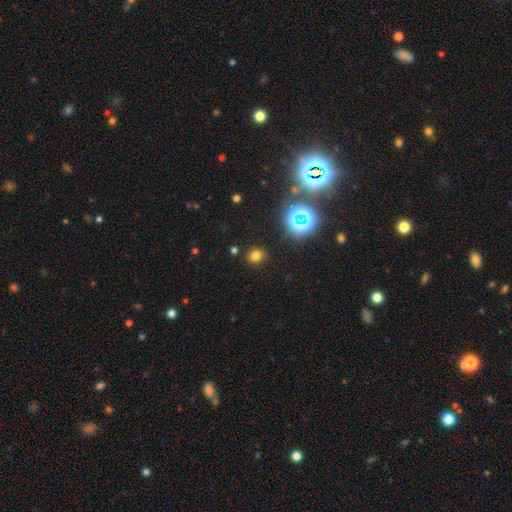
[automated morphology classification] smooth 71%, star or artifact 23%, featured or disk 6%. Down the decision tree: how rounded — round (81%); merging — none (88%).